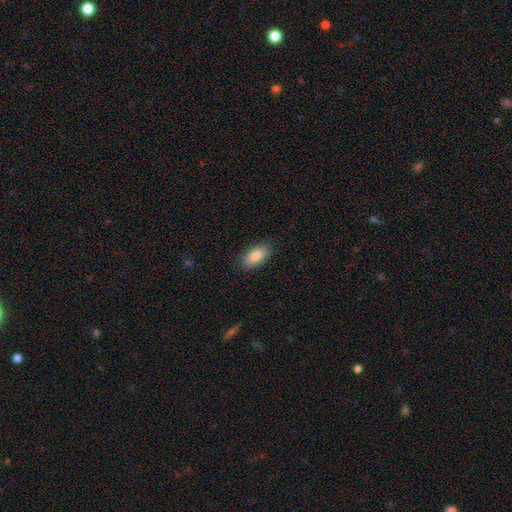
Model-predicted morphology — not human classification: type=smooth (84%); roundness=in between (91%); merging=none (86%).